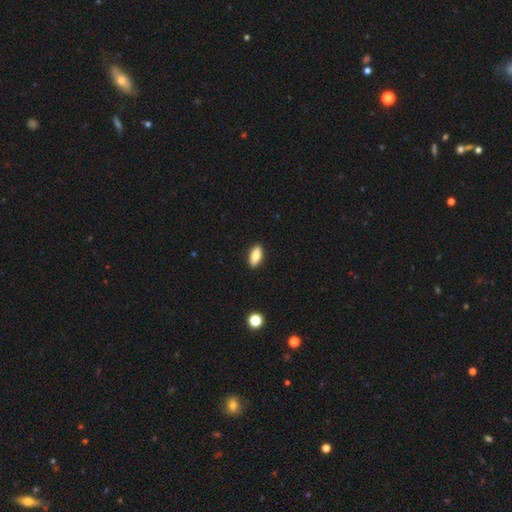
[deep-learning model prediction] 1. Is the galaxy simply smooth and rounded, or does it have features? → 81% smooth, 12% featured or disk, 7% star or artifact.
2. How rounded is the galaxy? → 84% in between, 13% cigar-shaped, 3% round.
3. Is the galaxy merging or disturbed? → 90% none, 7% minor disturbance, 2% major disturbance, 1% merger.